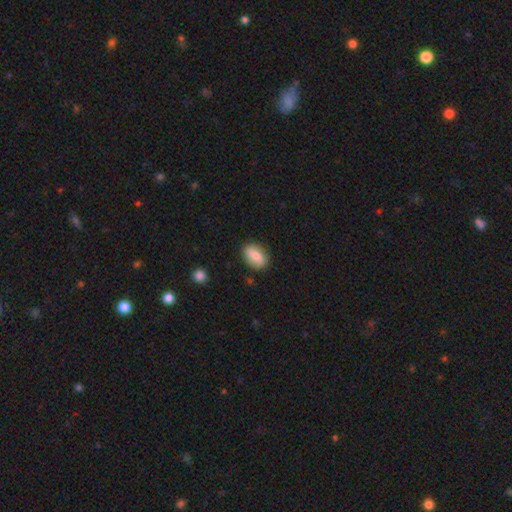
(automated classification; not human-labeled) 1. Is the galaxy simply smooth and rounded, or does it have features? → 73% smooth, 21% featured or disk, 7% star or artifact.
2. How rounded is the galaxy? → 80% in between, 17% round, 2% cigar-shaped.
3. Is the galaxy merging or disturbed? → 84% none, 12% minor disturbance, 3% major disturbance, 2% merger.